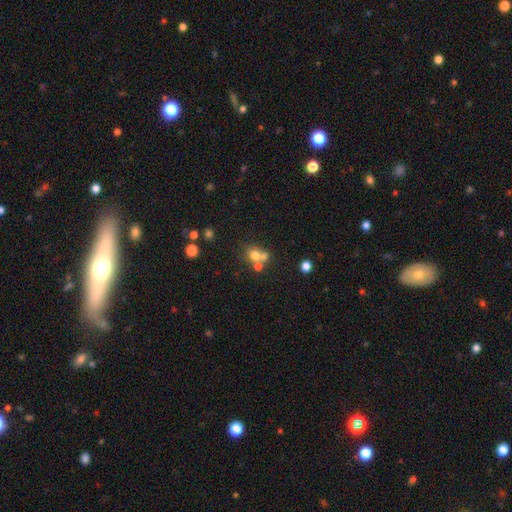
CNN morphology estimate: Smooth or featured?
  - smooth: 68% *
  - featured or disk: 16%
  - star or artifact: 15%
How rounded?
  - round: 78% *
  - in between: 21%
  - cigar-shaped: 1%
Merging?
  - merger: 46% *
  - none: 42%
  - minor disturbance: 8%
  - major disturbance: 4%